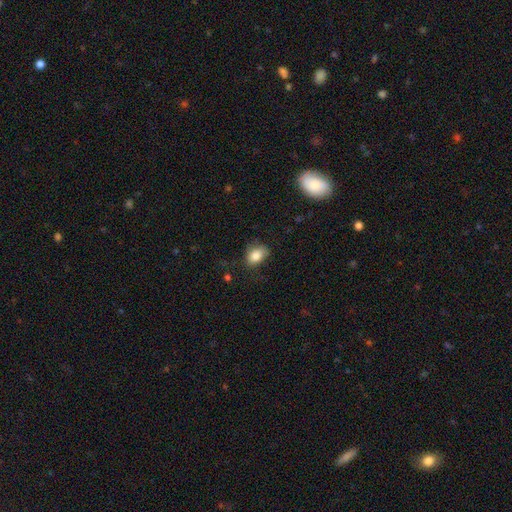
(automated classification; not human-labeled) Smooth or featured?
  - smooth: 84% *
  - star or artifact: 9%
  - featured or disk: 7%
How rounded?
  - in between: 79% *
  - round: 19%
  - cigar-shaped: 1%
Merging?
  - none: 66% *
  - minor disturbance: 25%
  - major disturbance: 8%
  - merger: 2%